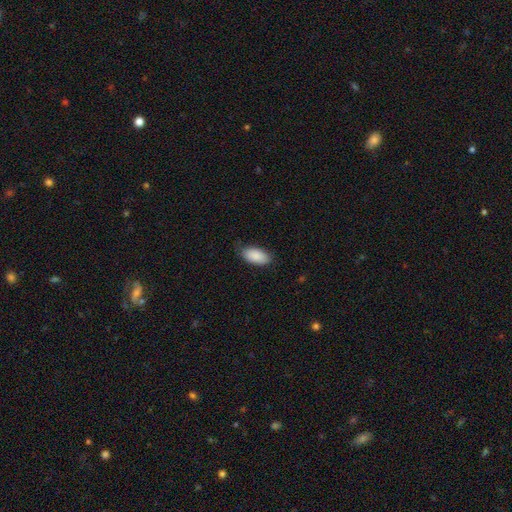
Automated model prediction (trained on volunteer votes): The model was most divided on "merging": none: 77%, minor disturbance: 18%, major disturbance: 3%, merger: 1%. More confident: how rounded — in between (94%); smooth or featured — smooth (89%).